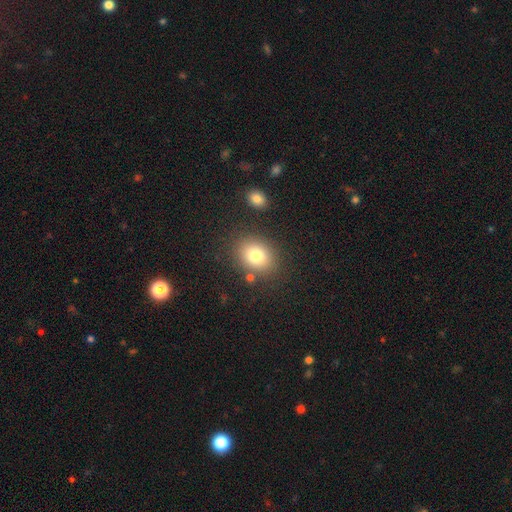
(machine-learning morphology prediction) smooth_or_featured: smooth (p=0.78) [alt: star or artifact p=0.12]
how_rounded: round (p=0.52) [alt: in between p=0.48]
merging: none (p=0.81) [alt: minor disturbance p=0.10]